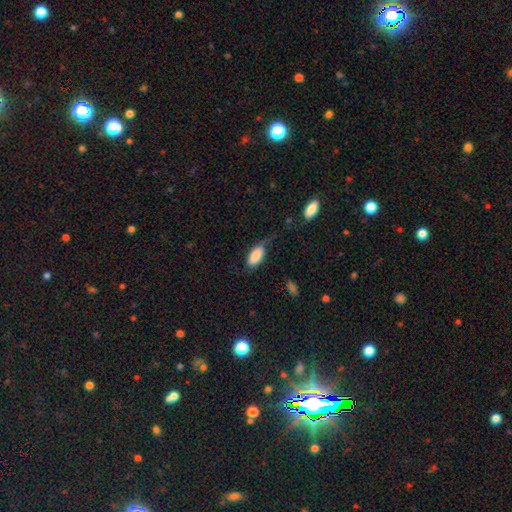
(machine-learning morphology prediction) Q: Smooth or featured?
A: smooth (82%); runner-up: featured or disk (12%)
Q: How rounded?
A: in between (90%); runner-up: cigar-shaped (7%)
Q: Merging?
A: none (41%); runner-up: minor disturbance (33%)